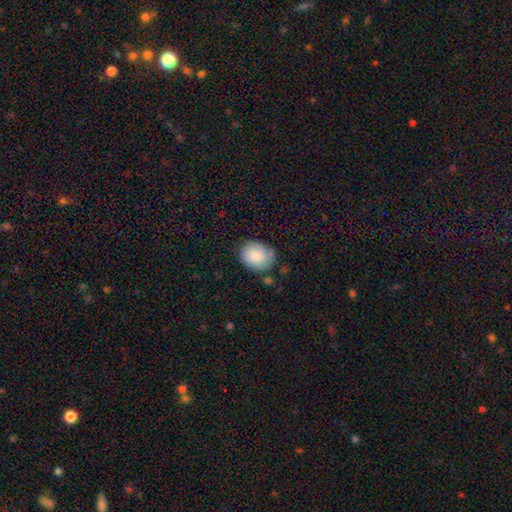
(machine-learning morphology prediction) smooth 85%, featured or disk 8%, star or artifact 7%. Down the decision tree: how rounded — round (60%); merging — none (72%).